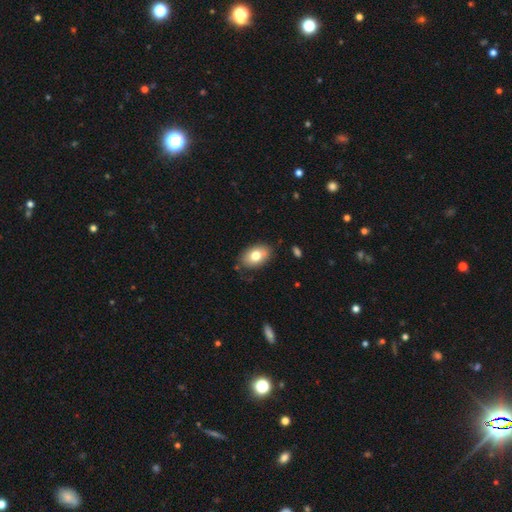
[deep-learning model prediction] Smooth or featured: smooth — 77% (featured or disk — 16%)
How rounded: in between — 88% (round — 11%)
Merging: none — 81% (minor disturbance — 14%)